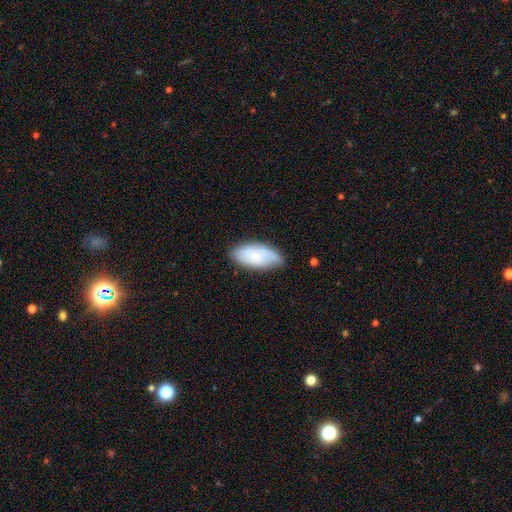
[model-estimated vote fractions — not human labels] Q: Smooth or featured?
A: smooth (74%); runner-up: featured or disk (20%)
Q: How rounded?
A: in between (92%); runner-up: cigar-shaped (6%)
Q: Merging?
A: none (68%); runner-up: minor disturbance (26%)